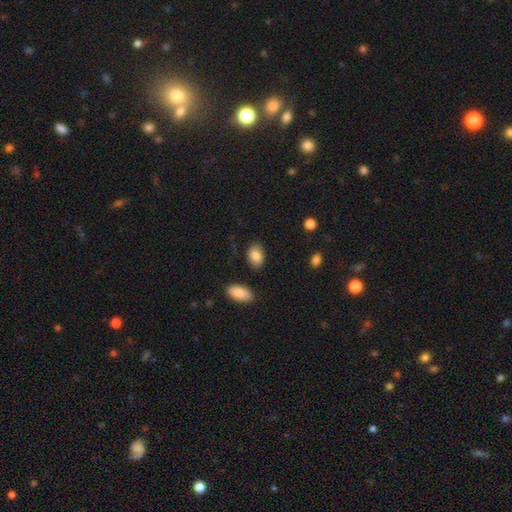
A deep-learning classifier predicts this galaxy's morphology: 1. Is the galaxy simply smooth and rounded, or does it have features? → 85% smooth, 8% featured or disk, 7% star or artifact.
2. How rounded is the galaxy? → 86% in between, 13% round, 1% cigar-shaped.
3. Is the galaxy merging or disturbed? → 83% none, 11% minor disturbance, 3% major disturbance, 2% merger.